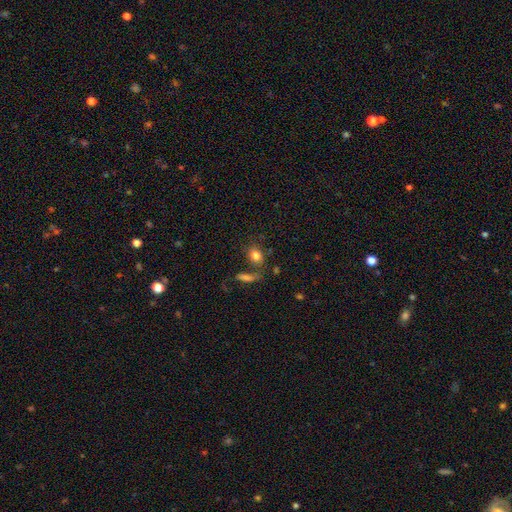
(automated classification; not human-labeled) The model was most divided on "how rounded": in between: 70%, round: 27%, cigar-shaped: 3%. More confident: smooth or featured — smooth (80%); merging — none (64%).